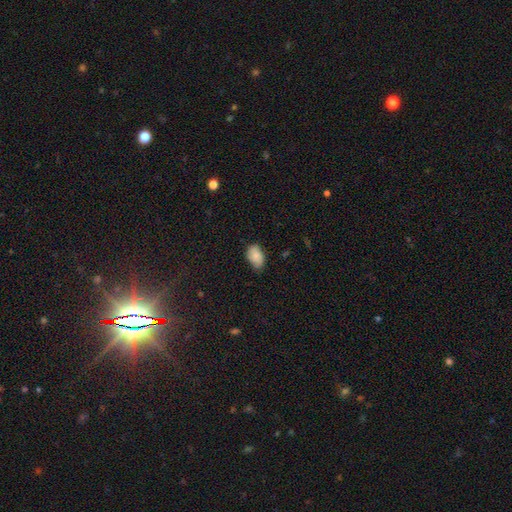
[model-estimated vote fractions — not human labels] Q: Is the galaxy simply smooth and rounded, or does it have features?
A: smooth — 84%.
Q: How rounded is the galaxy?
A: in between — 90%.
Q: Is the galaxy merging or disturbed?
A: none — 67%.